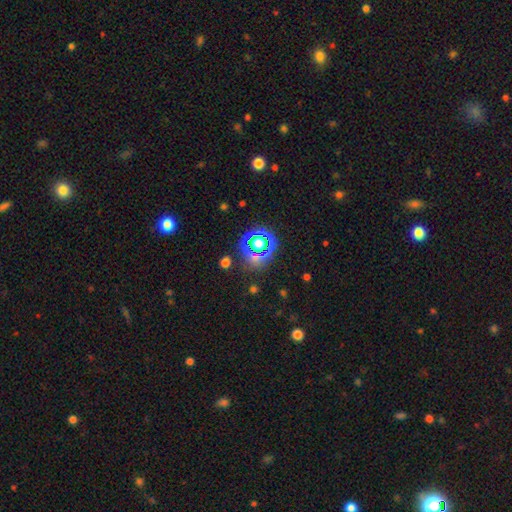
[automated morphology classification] This appears to be a star or artifact, not a galaxy (60%).